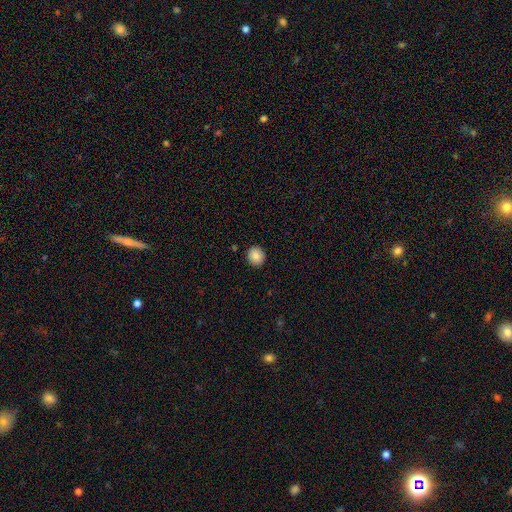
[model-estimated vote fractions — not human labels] Overall: smooth (87%). How rounded: round (87%). Merging: none (91%).